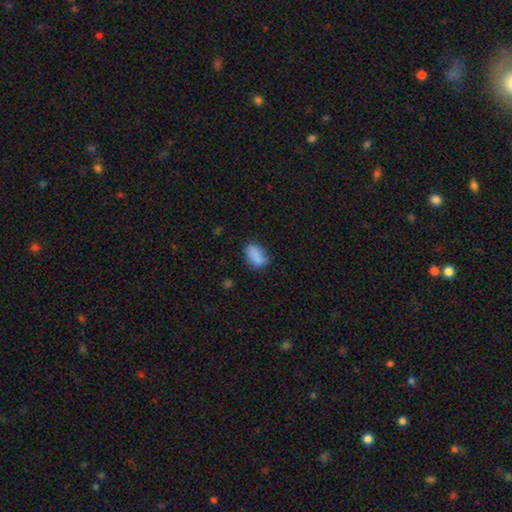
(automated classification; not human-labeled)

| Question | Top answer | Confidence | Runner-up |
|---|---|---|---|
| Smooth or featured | smooth | 85% | star or artifact (9%) |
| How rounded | in between | 88% | round (10%) |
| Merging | none | 71% | minor disturbance (22%) |